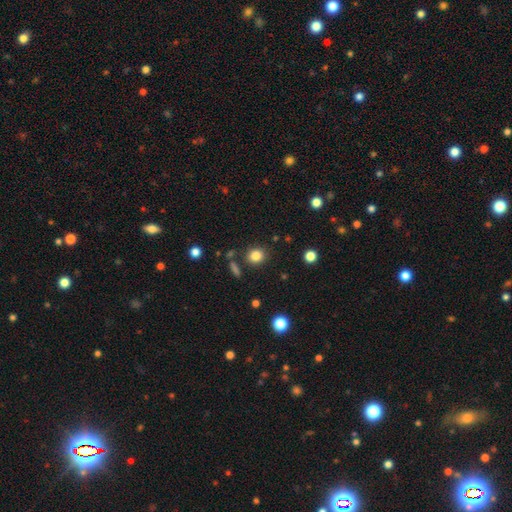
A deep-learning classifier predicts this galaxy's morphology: Smooth or featured: smooth — 83% (star or artifact — 11%)
How rounded: round — 79% (in between — 20%)
Merging: none — 85% (minor disturbance — 8%)